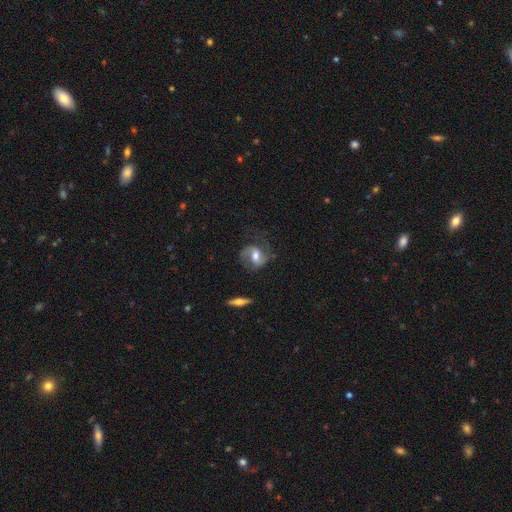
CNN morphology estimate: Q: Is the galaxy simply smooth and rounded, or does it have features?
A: featured or disk — 77%.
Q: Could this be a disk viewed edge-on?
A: no — 96%.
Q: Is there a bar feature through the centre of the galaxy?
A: weak — 50%.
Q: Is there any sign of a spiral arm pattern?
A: yes — 93%.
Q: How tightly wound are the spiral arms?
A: medium — 51%.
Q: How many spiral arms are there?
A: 2 — 85%.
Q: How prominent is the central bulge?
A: moderate — 65%.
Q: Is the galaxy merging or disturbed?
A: none — 65%.